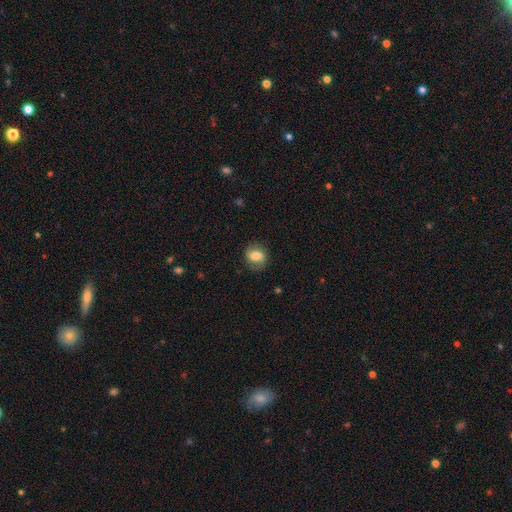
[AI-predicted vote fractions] Morphology: type=smooth (62%); roundness=round (58%); merging=none (76%).